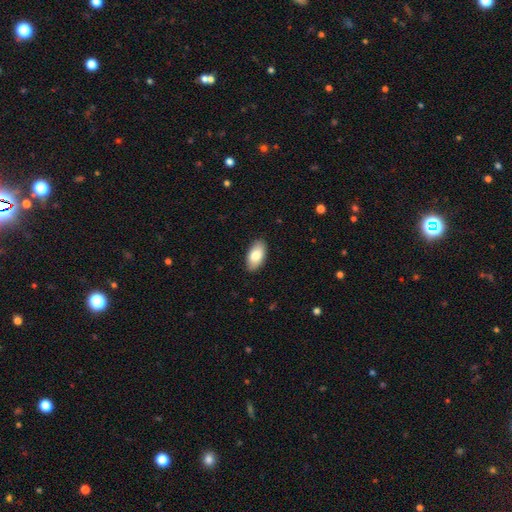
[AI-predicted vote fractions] smooth 82%, featured or disk 12%, star or artifact 6%. Down the decision tree: how rounded — in between (95%); merging — none (88%).